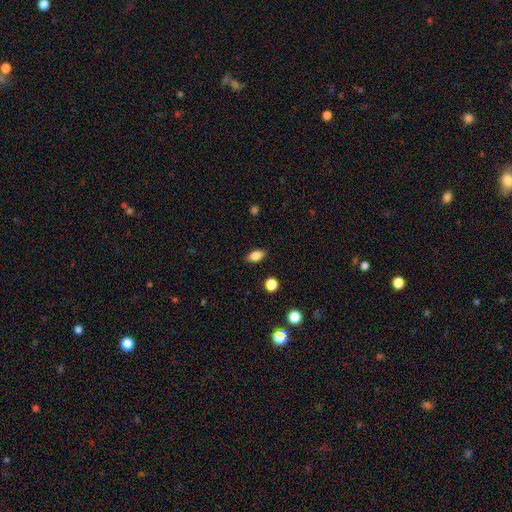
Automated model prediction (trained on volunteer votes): Smooth or featured: smooth — 83% (star or artifact — 9%)
How rounded: in between — 86% (round — 9%)
Merging: none — 86% (minor disturbance — 10%)